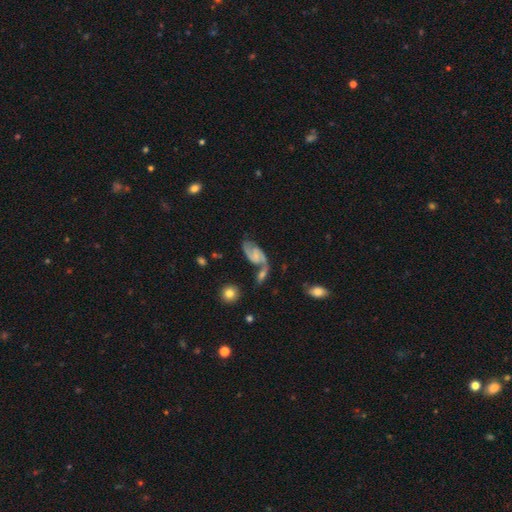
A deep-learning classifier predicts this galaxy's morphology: This is clearly a featured or disk galaxy (83%). It is clearly not viewed edge-on (97%). Bar: possibly no (46%). Spiral arm pattern: clearly yes (95%). Spiral arm count: clearly 2 (90%). Spiral winding: possibly medium (47%). Central bulge: marginally small (41%). Merging: marginally none (44%).